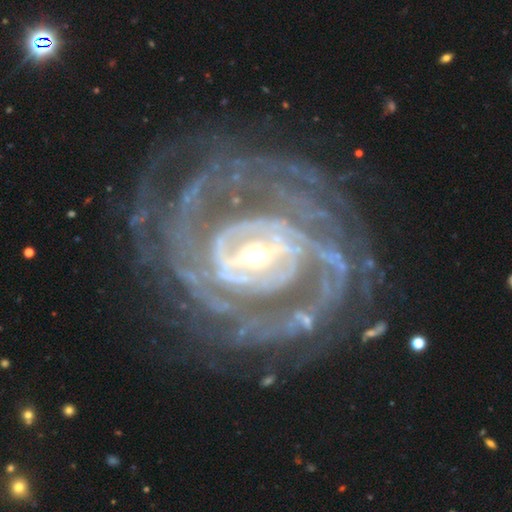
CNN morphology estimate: This appears to be a featured or disk galaxy (91%) with a strong bar (53%), tight (74%) spiral arms (96%) and a moderate central bulge (51%). Merging: none (72%).